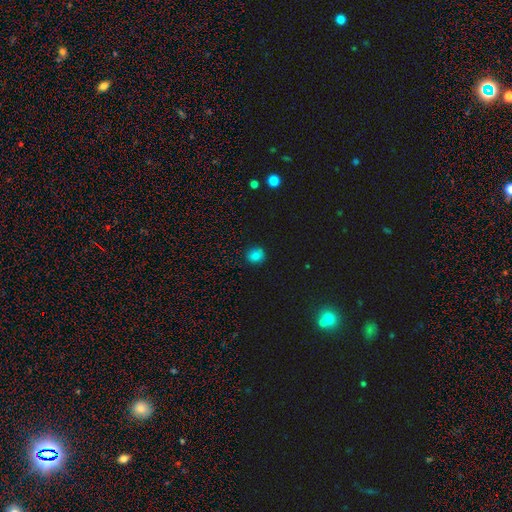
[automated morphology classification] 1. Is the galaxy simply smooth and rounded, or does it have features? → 80% smooth, 14% star or artifact, 6% featured or disk.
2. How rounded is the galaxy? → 83% round, 16% in between, 1% cigar-shaped.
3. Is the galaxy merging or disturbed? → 89% none, 8% minor disturbance, 2% major disturbance, 1% merger.